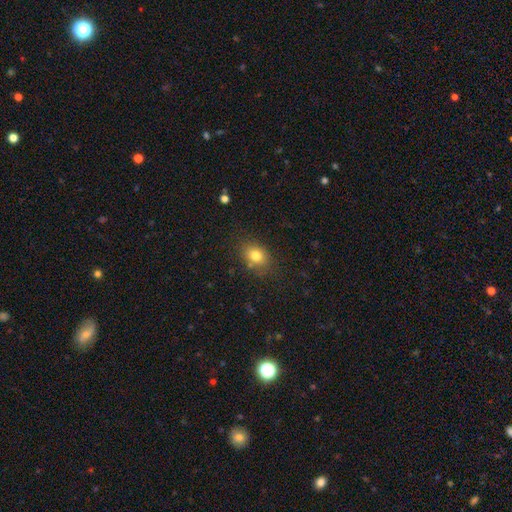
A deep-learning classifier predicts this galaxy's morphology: The model was most divided on "how rounded": in between: 58%, round: 41%, cigar-shaped: 1%. More confident: merging — none (80%); smooth or featured — smooth (79%).